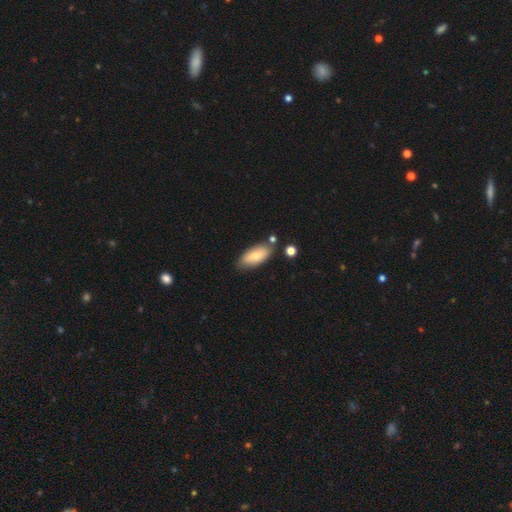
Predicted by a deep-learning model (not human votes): Smooth or featured? smooth (77%)
How rounded? in between (87%)
Merging? none (74%)